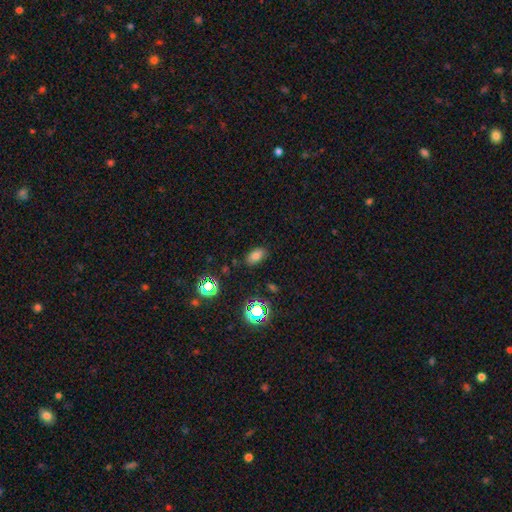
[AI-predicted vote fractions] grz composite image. It shows a smooth galaxy with no disk features (72%) that is in between round and cigar-shaped (90%). Merging: none (84%).